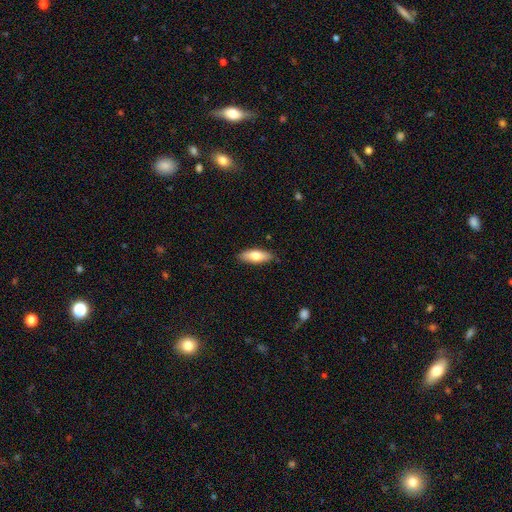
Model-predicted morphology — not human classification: Smooth or featured?
  - smooth: 72% *
  - featured or disk: 22%
  - star or artifact: 6%
How rounded?
  - in between: 66% *
  - cigar-shaped: 32%
  - round: 2%
Merging?
  - none: 85% *
  - minor disturbance: 11%
  - major disturbance: 2%
  - merger: 1%